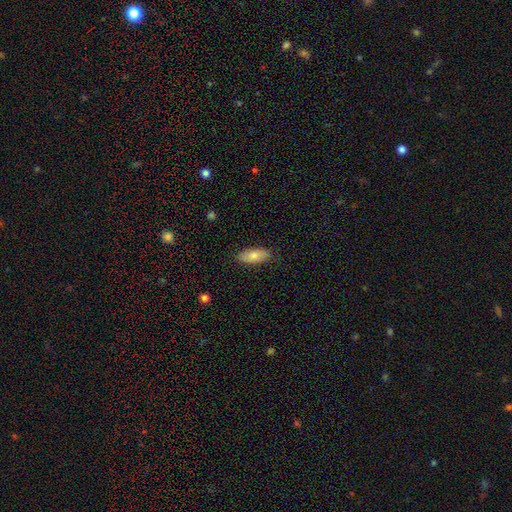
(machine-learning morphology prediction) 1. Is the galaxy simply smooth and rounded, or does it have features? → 71% smooth, 21% featured or disk, 7% star or artifact.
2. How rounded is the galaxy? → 82% in between, 15% cigar-shaped, 3% round.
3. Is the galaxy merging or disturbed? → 87% none, 10% minor disturbance, 2% major disturbance, 1% merger.